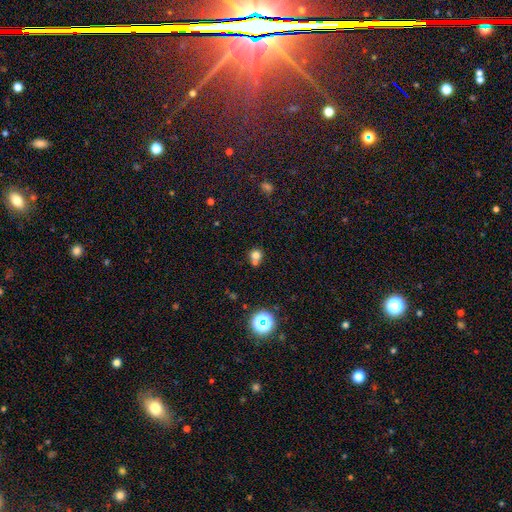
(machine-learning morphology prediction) smooth_or_featured: smooth (p=0.72) [alt: star or artifact p=0.17]
how_rounded: round (p=0.87) [alt: in between p=0.12]
merging: none (p=0.49) [alt: merger p=0.41]